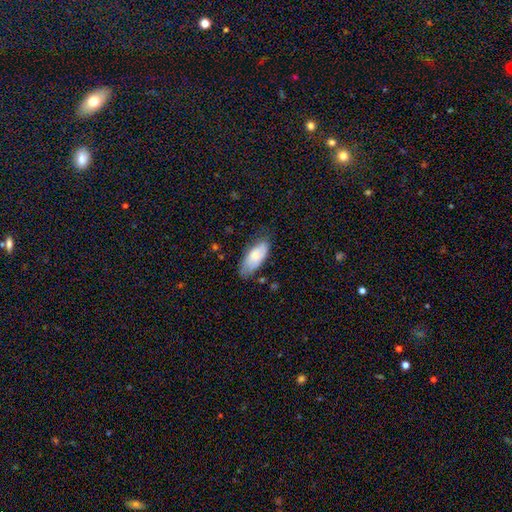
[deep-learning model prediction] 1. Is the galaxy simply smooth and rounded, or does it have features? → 70% smooth, 24% featured or disk, 6% star or artifact.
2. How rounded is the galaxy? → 85% in between, 12% cigar-shaped, 2% round.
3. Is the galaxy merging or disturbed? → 65% none, 27% minor disturbance, 6% major disturbance, 2% merger.